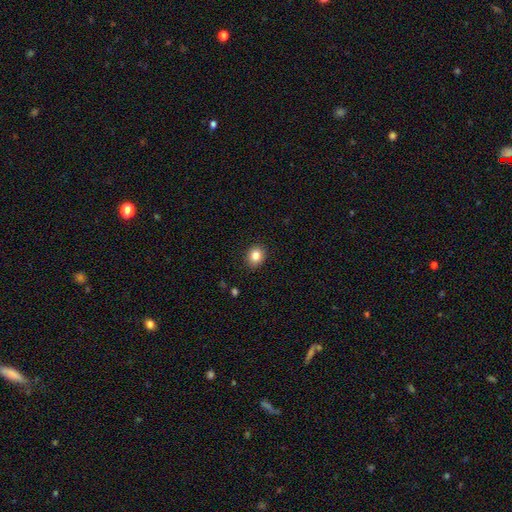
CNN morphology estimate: smooth 84%, star or artifact 10%, featured or disk 6%. Down the decision tree: how rounded — round (67%); merging — none (90%).